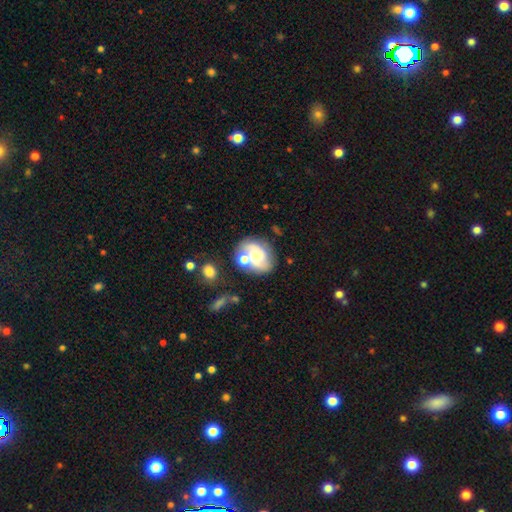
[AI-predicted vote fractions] A featured or disk galaxy (56%) with no bar (72%), spiral arms (71%) and a moderate central bulge (42%).

Vote fractions:
- Smooth or featured? featured or disk: 56% / smooth: 35% / star or artifact: 9%
- Edge-on disk? no: 97% / yes: 3%
- Bar? no: 72% / weak: 22% / strong: 6%
- Spiral arms? yes: 71% / no: 29%
- Bulge size? moderate: 42% / small: 39% / large: 9% / none: 7% / dominant: 3%
- Merging? none: 46% / merger: 24% / minor disturbance: 19% / major disturbance: 10%